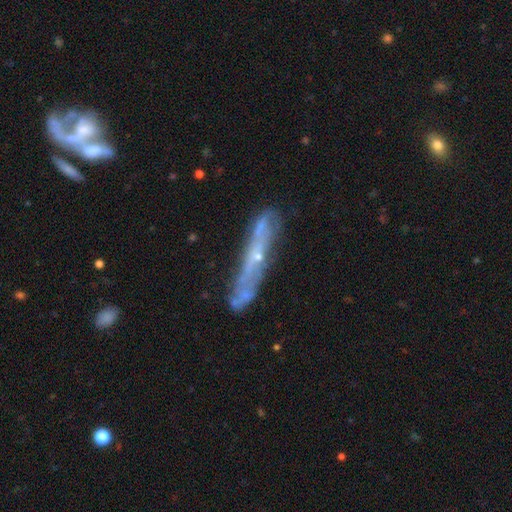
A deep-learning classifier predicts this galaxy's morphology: This is likely a featured or disk galaxy (68%). It is likely viewed edge-on (69%). Merging: likely none (63%).